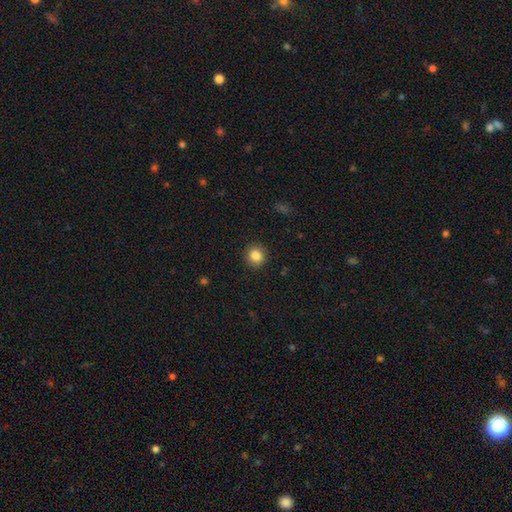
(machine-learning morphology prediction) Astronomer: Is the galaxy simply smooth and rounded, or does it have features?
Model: smooth — 86%.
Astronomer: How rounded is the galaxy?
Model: round — 89%.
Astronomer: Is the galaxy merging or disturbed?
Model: none — 90%.